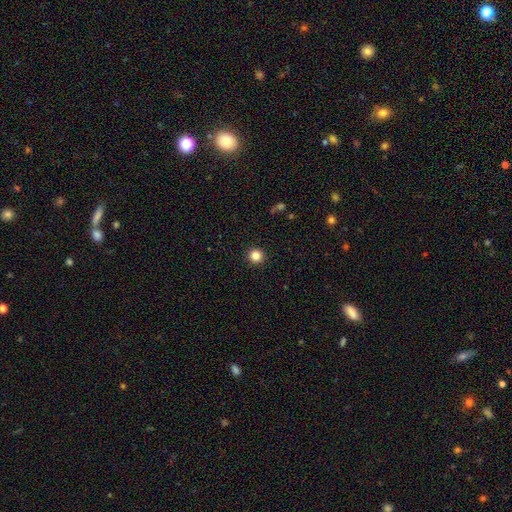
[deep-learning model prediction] Q: Smooth or featured?
A: smooth (84%); runner-up: star or artifact (11%)
Q: How rounded?
A: round (95%); runner-up: in between (4%)
Q: Merging?
A: none (93%); runner-up: minor disturbance (4%)